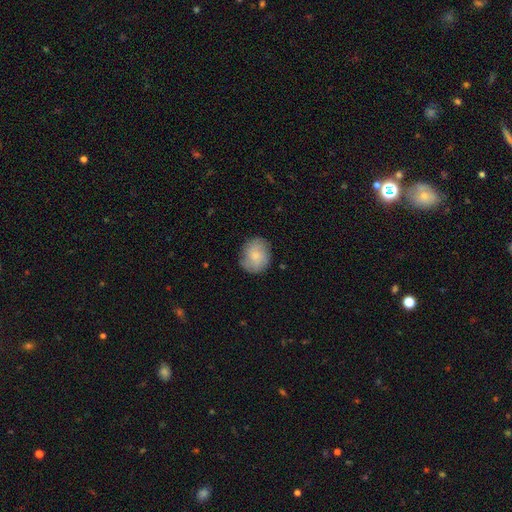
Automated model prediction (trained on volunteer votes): This appears to be a smooth galaxy with no disk features (71%) that is round (72%). Merging: none (78%).